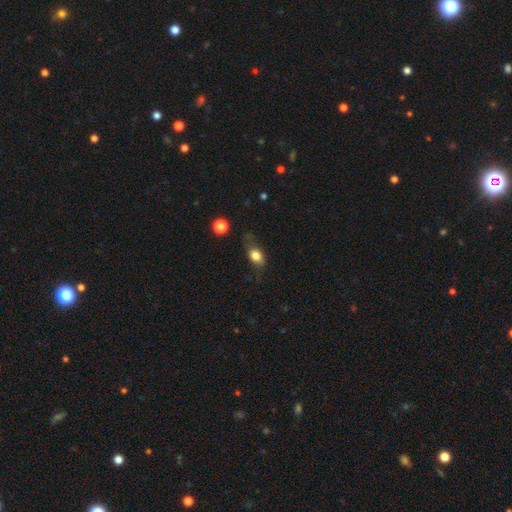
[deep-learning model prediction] Smooth or featured? smooth (77%)
How rounded? in between (74%)
Merging? none (58%)